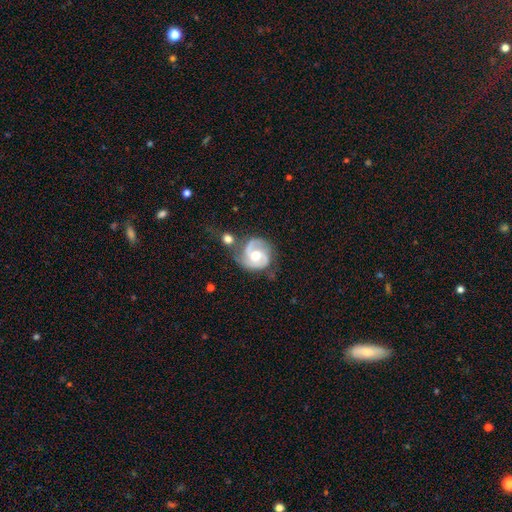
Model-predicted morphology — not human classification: Smooth or featured: featured or disk — 84% (smooth — 11%)
Edge-on disk: no — 98% (yes — 2%)
Bar: no — 55% (weak — 36%)
Spiral arms: yes — 96% (no — 4%)
Spiral winding: medium — 48% (tight — 38%)
Spiral arm count: 2 — 81% (can't tell — 6%)
Bulge size: moderate — 73% (small — 14%)
Merging: none — 54% (minor disturbance — 21%)